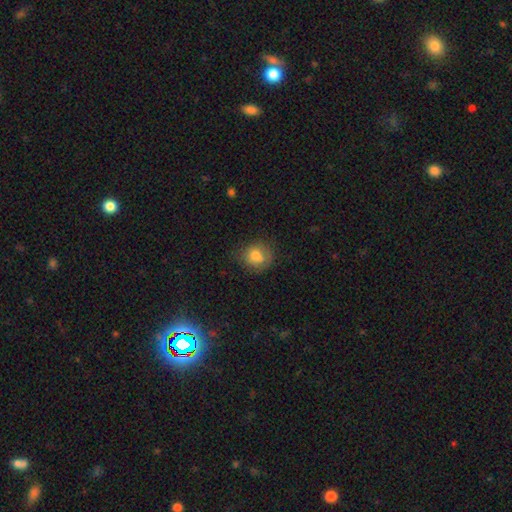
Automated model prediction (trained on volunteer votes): This appears to be a smooth galaxy with no disk features (75%) that is round (76%). Merging: none (63%).